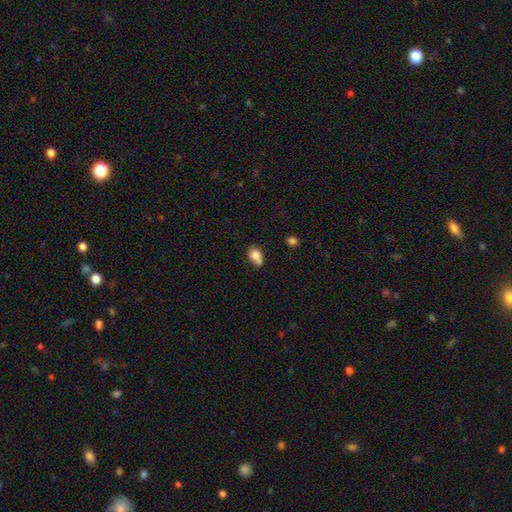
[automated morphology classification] type=smooth (79%); roundness=in between (72%); merging=none (44%).